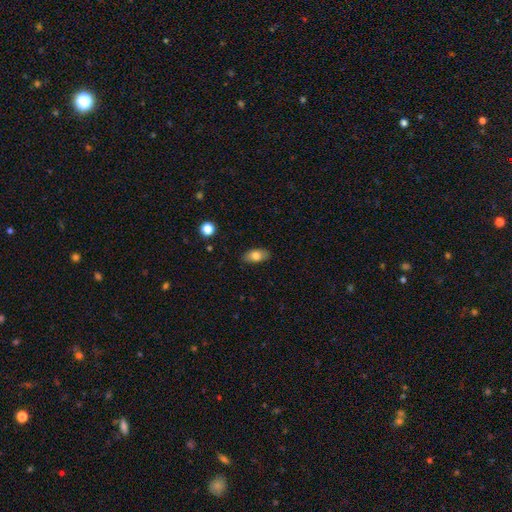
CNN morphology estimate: Smooth or featured? smooth (79%)
How rounded? in between (90%)
Merging? none (85%)